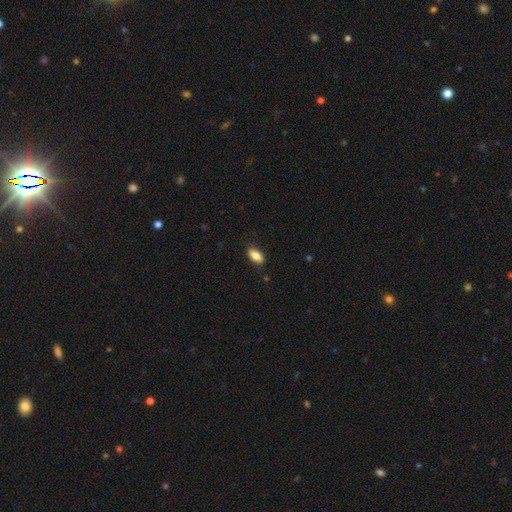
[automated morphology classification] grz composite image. It shows a smooth galaxy with no disk features (83%) that is in between round and cigar-shaped (84%). Merging: none (84%).